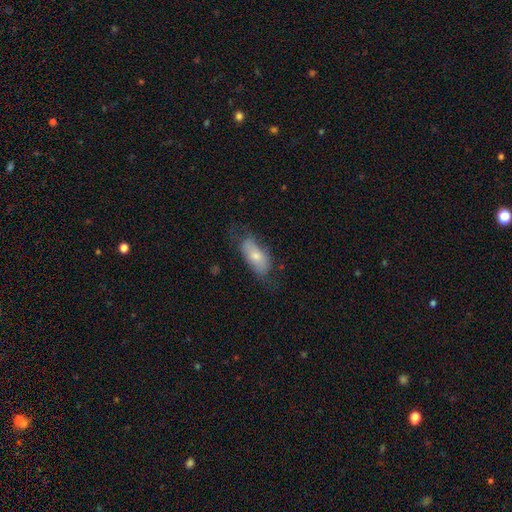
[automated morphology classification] smooth_or_featured: smooth (p=0.66) [alt: featured or disk p=0.27]
how_rounded: in between (p=0.86) [alt: cigar-shaped p=0.11]
merging: none (p=0.57) [alt: minor disturbance p=0.27]